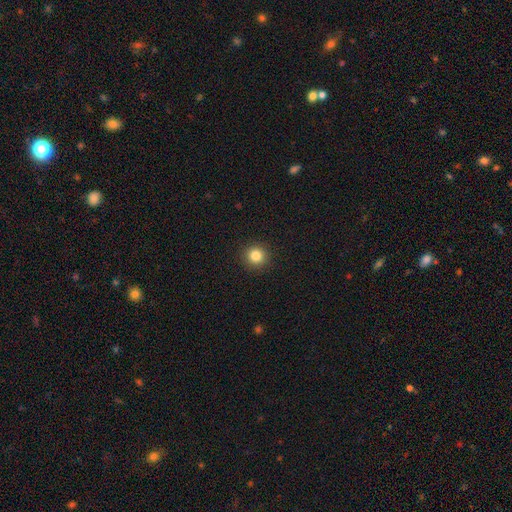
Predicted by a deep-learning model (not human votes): smooth-or-featured: smooth: 84% | star or artifact: 11% | featured or disk: 5%
  how-rounded: round: 94% | in between: 5% | cigar-shaped: 1%
  merging: none: 92% | minor disturbance: 5% | major disturbance: 2% | merger: 1%